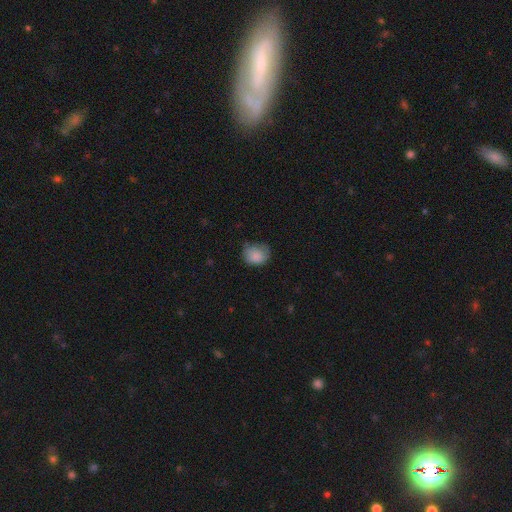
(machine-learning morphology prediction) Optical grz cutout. It shows a smooth galaxy with no disk features (85%) that is round (63%). Merging: none (58%).